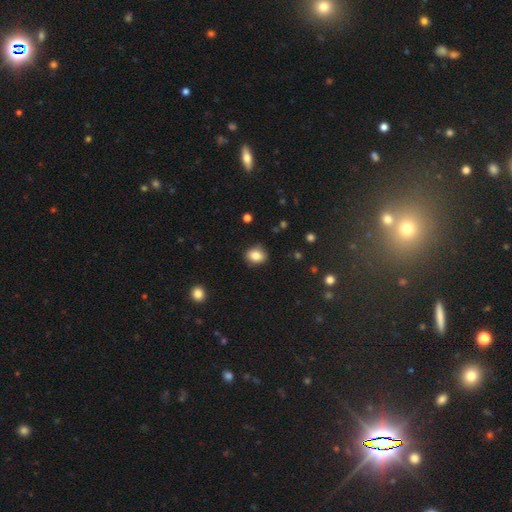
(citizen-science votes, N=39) Morphology: type=smooth (82%); roundness=round (59%); merging=none (74%).